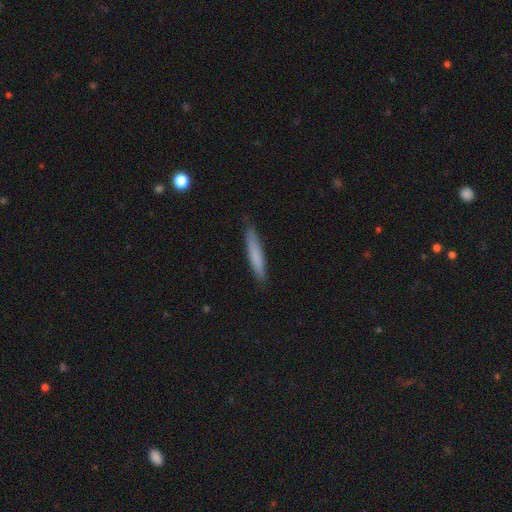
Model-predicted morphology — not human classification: Smooth or featured? Predicted: smooth (p=0.75). How rounded? Predicted: cigar-shaped (p=0.93). Merging? Predicted: none (p=0.87).